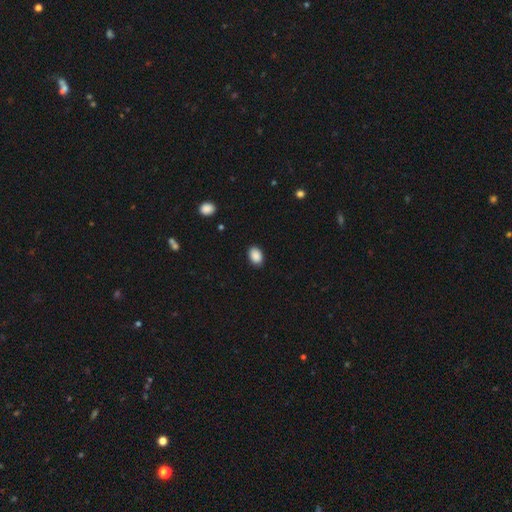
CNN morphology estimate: Smooth or featured: smooth — 89% (star or artifact — 8%)
How rounded: in between — 83% (round — 16%)
Merging: none — 88% (minor disturbance — 9%)